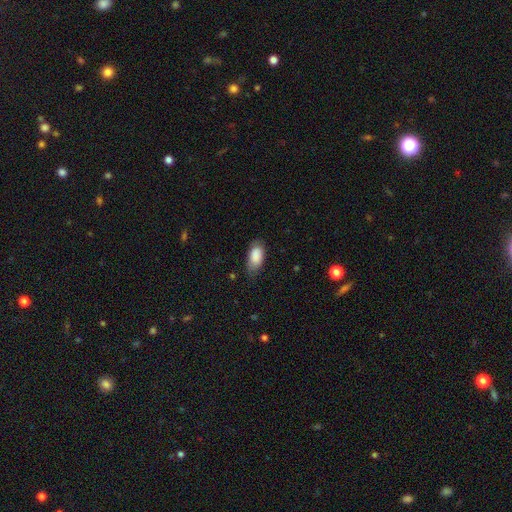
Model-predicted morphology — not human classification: Smooth or featured?
  - smooth: 88% *
  - star or artifact: 7%
  - featured or disk: 6%
How rounded?
  - in between: 93% *
  - cigar-shaped: 4%
  - round: 3%
Merging?
  - none: 70% *
  - minor disturbance: 23%
  - major disturbance: 5%
  - merger: 1%